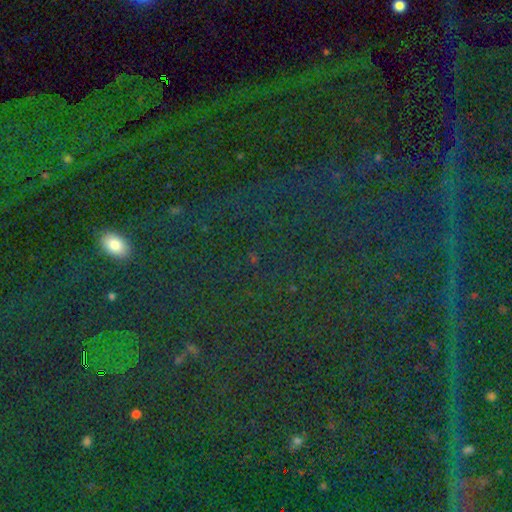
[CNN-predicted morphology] A star or artifact, not a galaxy (74%).